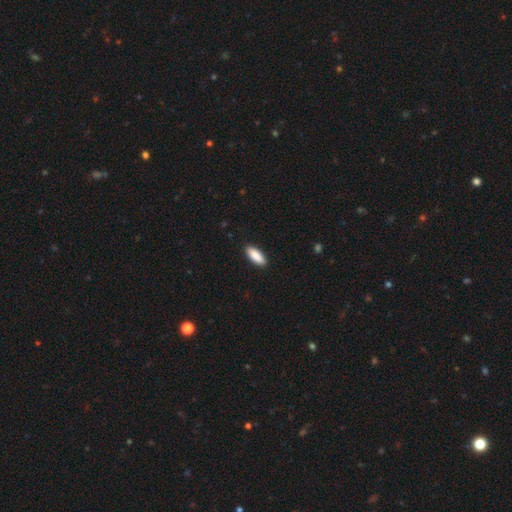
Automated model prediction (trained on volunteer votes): This appears to be a smooth galaxy with no disk features (89%) that is in between round and cigar-shaped (73%). Merging: none (90%).